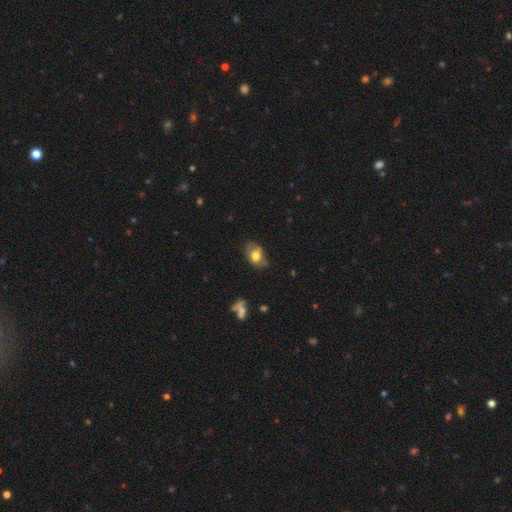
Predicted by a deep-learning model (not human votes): Morphology: type=smooth (65%); roundness=in between (83%); merging=none (58%).